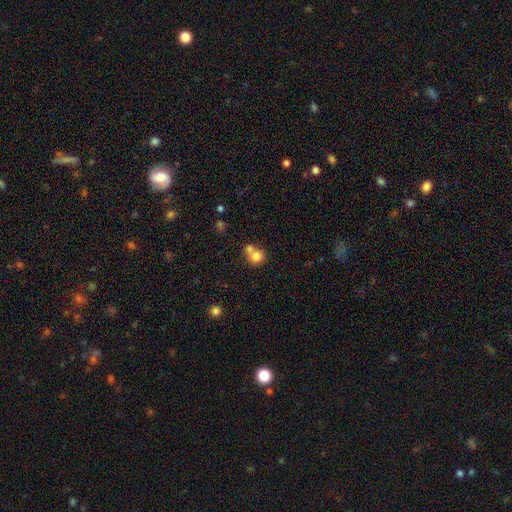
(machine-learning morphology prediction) The model was most divided on "merging": merger: 52%, none: 38%, minor disturbance: 7%, major disturbance: 3%. More confident: how rounded — round (82%); smooth or featured — smooth (78%).